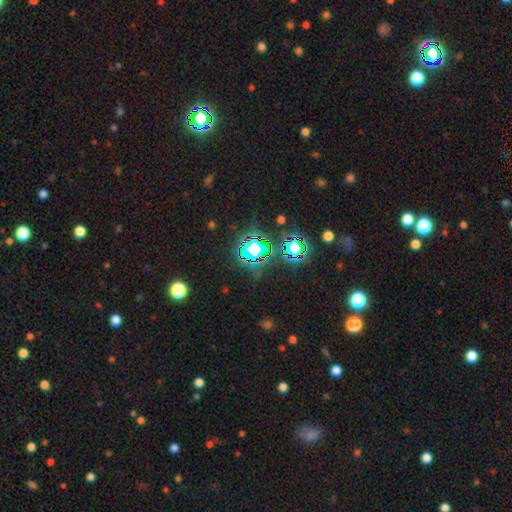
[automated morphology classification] star or artifact 79%, smooth 14%, featured or disk 8%.